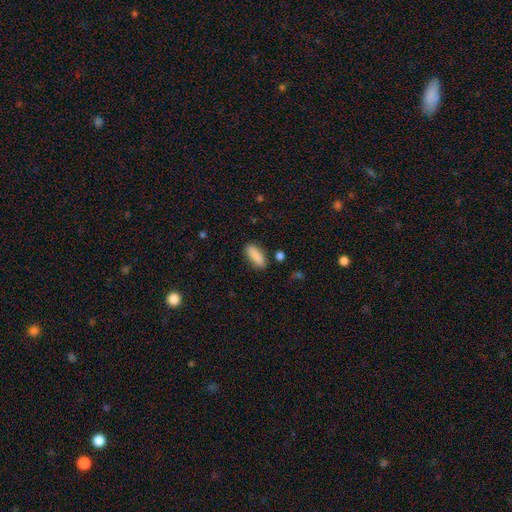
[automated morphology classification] This is clearly a smooth galaxy (89%). How rounded: likely in between (64%). Merging: clearly none (85%).